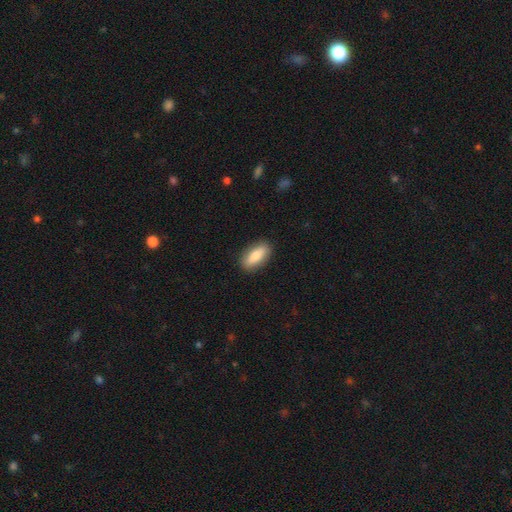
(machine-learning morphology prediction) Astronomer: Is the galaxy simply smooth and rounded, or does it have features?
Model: smooth — 76%.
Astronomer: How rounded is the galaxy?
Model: in between — 78%.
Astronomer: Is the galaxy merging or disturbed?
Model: none — 88%.